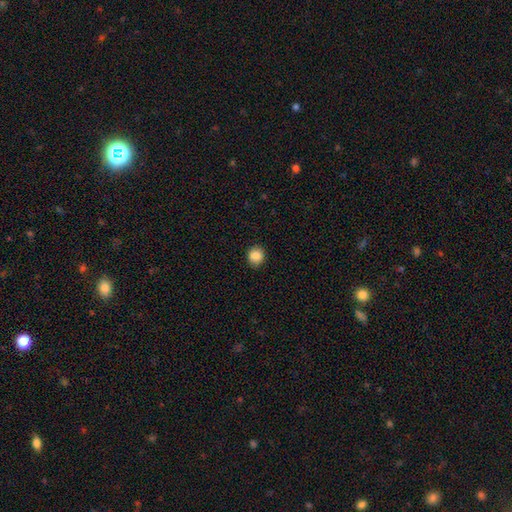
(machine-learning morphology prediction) Smooth or featured? Predicted: smooth (p=0.85). How rounded? Predicted: round (p=0.84). Merging? Predicted: none (p=0.89).